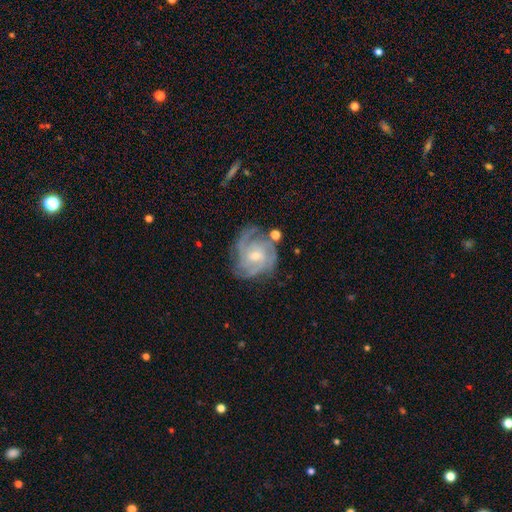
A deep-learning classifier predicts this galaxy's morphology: type=featured or disk (86%); edge-on=no (98%); bar=no (55%); spiral arms=yes (96%); winding=tight (58%); arm count=3 (31%); bulge=small (58%); merging=none (66%).